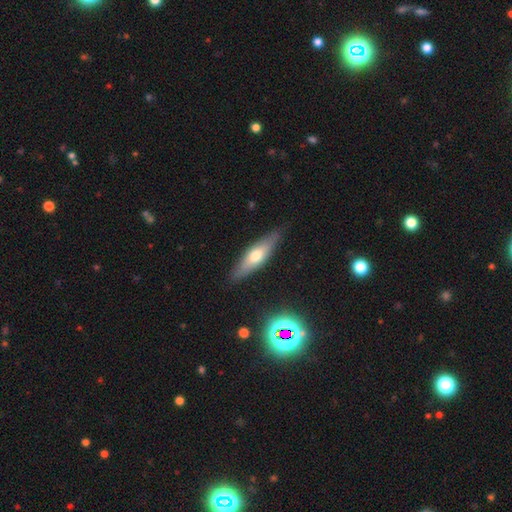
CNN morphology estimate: This is possibly a smooth galaxy (52%). How rounded: likely cigar-shaped (62%). Merging: clearly none (86%).